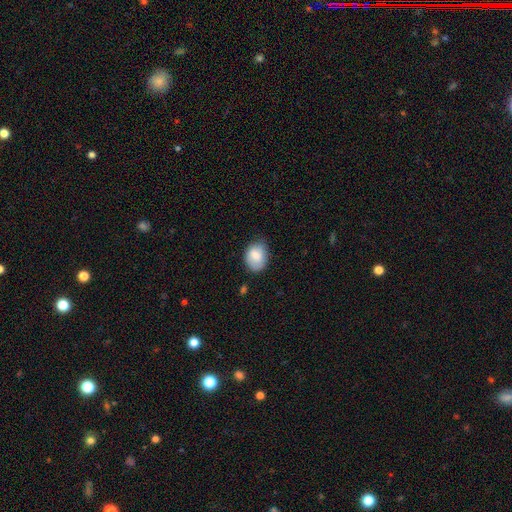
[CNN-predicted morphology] A smooth galaxy with no disk features (82%) that is in between round and cigar-shaped (67%). Merging: none (63%).